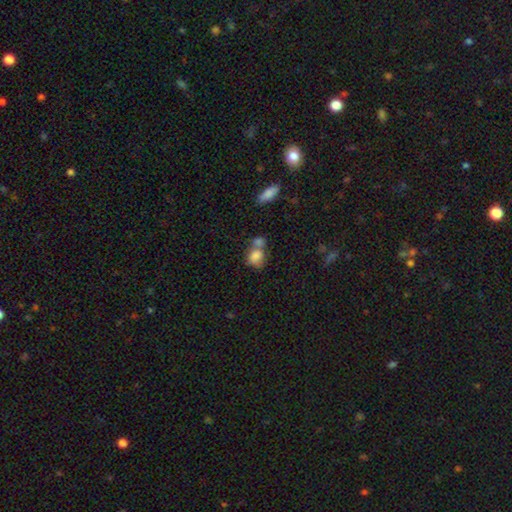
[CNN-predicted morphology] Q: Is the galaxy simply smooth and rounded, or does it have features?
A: smooth — 79%.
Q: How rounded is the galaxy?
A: in between — 62%.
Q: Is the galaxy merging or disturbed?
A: merger — 54%.